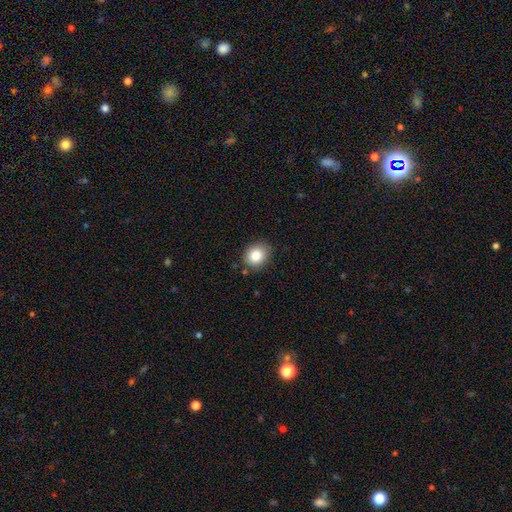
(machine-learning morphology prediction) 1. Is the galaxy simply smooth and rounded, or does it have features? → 84% smooth, 9% star or artifact, 7% featured or disk.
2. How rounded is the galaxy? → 70% round, 29% in between, 1% cigar-shaped.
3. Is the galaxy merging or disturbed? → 83% none, 12% minor disturbance, 3% major disturbance, 2% merger.